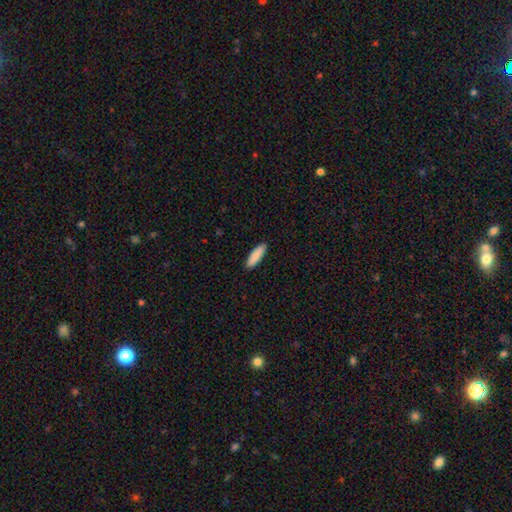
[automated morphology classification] A smooth galaxy with no disk features (88%) that is cigar-shaped (60%).

Vote fractions:
- Smooth or featured? smooth: 88% / featured or disk: 7% / star or artifact: 5%
- How rounded? cigar-shaped: 60% / in between: 39% / round: 2%
- Merging? none: 91% / minor disturbance: 7% / major disturbance: 1% / merger: 1%